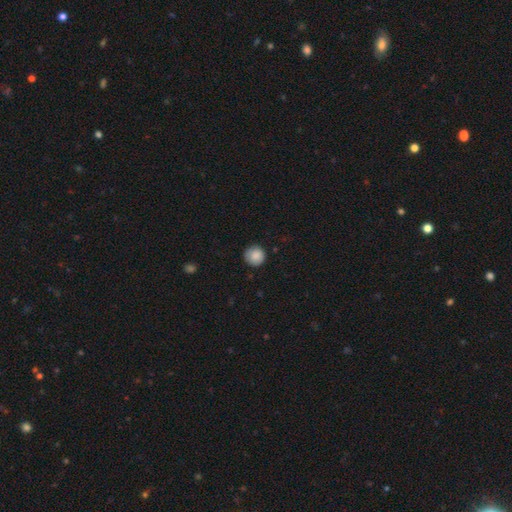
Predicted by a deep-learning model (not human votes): This appears to be a smooth galaxy with no disk features (87%) that is round (94%). Merging: none (87%).